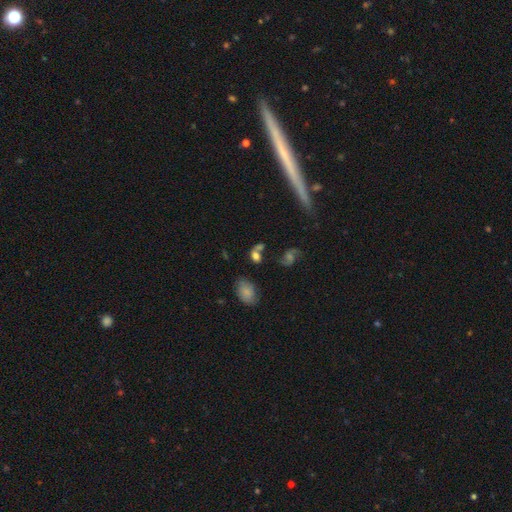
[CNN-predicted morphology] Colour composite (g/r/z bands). It shows a smooth galaxy with no disk features (61%) that is in between round and cigar-shaped (60%). Merging: none (47%).